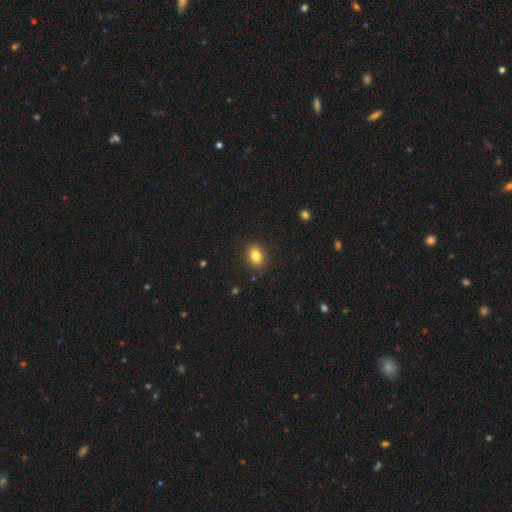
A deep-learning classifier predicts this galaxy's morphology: A smooth galaxy with no disk features (83%) that is in between round and cigar-shaped (70%).

Vote fractions:
- Smooth or featured? smooth: 83% / star or artifact: 9% / featured or disk: 7%
- How rounded? in between: 70% / round: 29% / cigar-shaped: 1%
- Merging? none: 88% / minor disturbance: 9% / major disturbance: 2% / merger: 1%